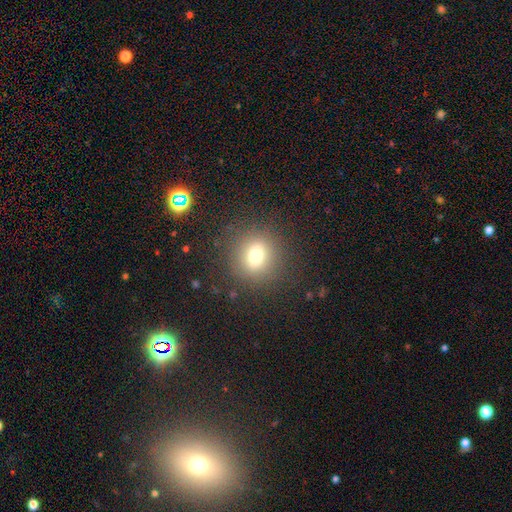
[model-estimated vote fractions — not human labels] Q: Smooth or featured?
A: smooth (72%); runner-up: featured or disk (14%)
Q: How rounded?
A: round (71%); runner-up: in between (27%)
Q: Merging?
A: none (86%); runner-up: minor disturbance (8%)